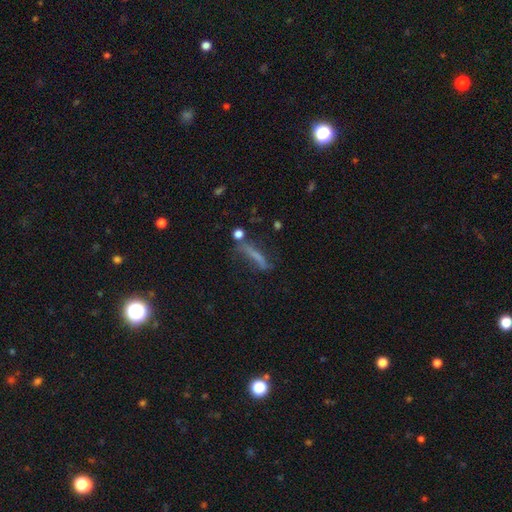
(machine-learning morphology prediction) smooth-or-featured: smooth: 49% | featured or disk: 35% | star or artifact: 16%
  merging: none: 45% | minor disturbance: 22% | major disturbance: 21% | merger: 12%